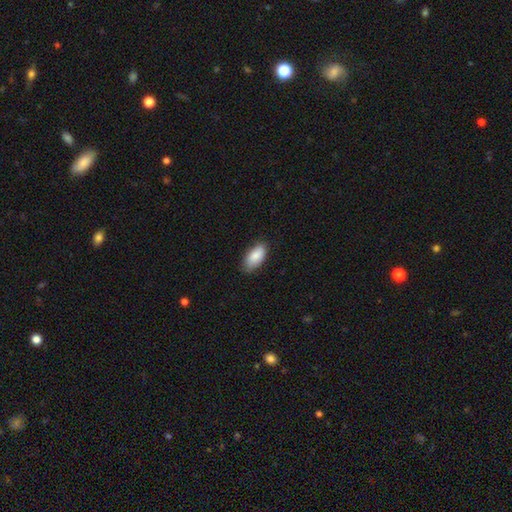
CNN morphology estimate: Q: Smooth or featured?
A: smooth (87%); runner-up: featured or disk (7%)
Q: How rounded?
A: in between (93%); runner-up: cigar-shaped (5%)
Q: Merging?
A: none (81%); runner-up: minor disturbance (15%)